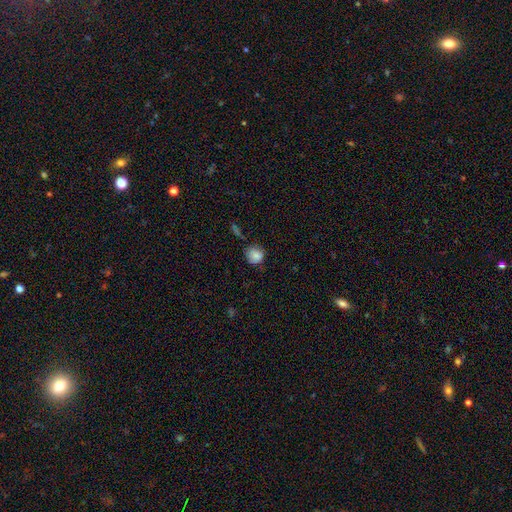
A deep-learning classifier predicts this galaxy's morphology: smooth 83%, star or artifact 9%, featured or disk 7%. Down the decision tree: how rounded — round (84%); merging — none (64%).